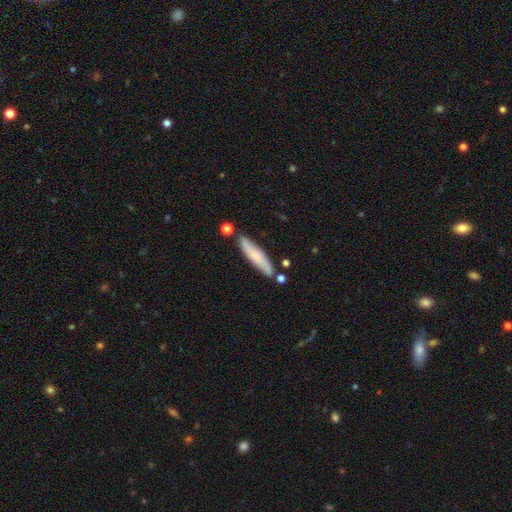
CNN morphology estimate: smooth 64%, featured or disk 29%, star or artifact 6%. Down the decision tree: how rounded — cigar-shaped (84%); merging — none (76%).